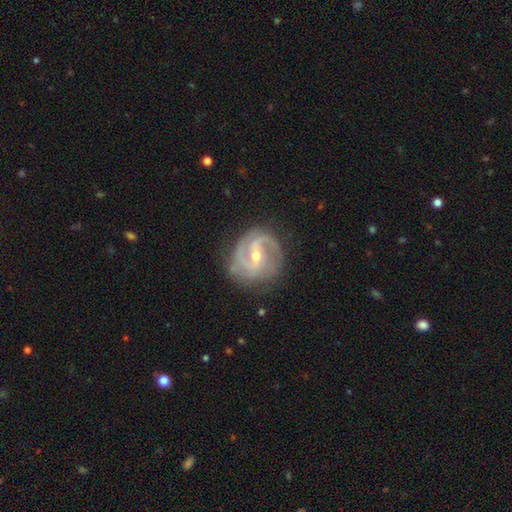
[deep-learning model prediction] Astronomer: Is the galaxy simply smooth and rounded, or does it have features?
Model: featured or disk — 90%.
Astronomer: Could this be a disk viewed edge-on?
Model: no — 98%.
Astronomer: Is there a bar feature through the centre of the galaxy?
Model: weak — 47% (runner-up: strong, 35%).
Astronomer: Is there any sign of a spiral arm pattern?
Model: yes — 97%.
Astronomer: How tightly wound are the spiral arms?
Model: medium — 53% (runner-up: tight, 30%).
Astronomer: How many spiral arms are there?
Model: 2 — 76%.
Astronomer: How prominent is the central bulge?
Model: small — 58% (runner-up: moderate, 40%).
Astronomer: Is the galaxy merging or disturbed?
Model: none — 77%.